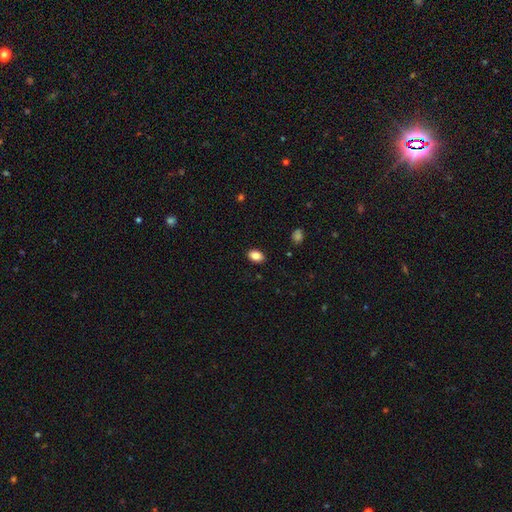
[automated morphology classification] The model was most divided on "how rounded": in between: 87%, round: 11%, cigar-shaped: 1%. More confident: merging — none (88%); smooth or featured — smooth (85%).